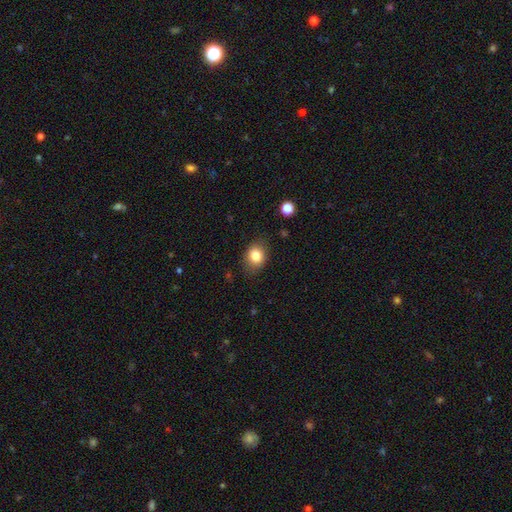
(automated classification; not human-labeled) A smooth galaxy with no disk features (82%) that is round (50%). Merging: none (79%).